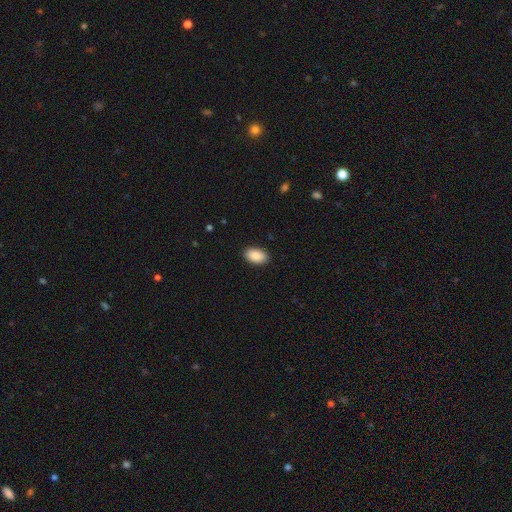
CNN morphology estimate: smooth 90%, star or artifact 6%, featured or disk 4%. Down the decision tree: how rounded — in between (94%); merging — none (89%).